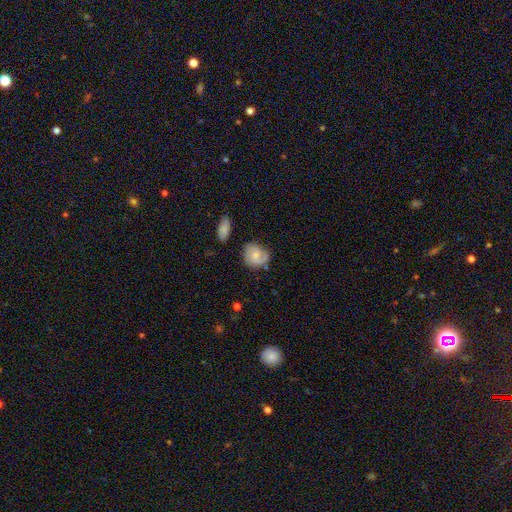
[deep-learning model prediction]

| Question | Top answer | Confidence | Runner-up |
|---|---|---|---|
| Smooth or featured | smooth | 53% | featured or disk (40%) |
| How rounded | round | 65% | in between (34%) |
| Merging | none | 60% | minor disturbance (27%) |